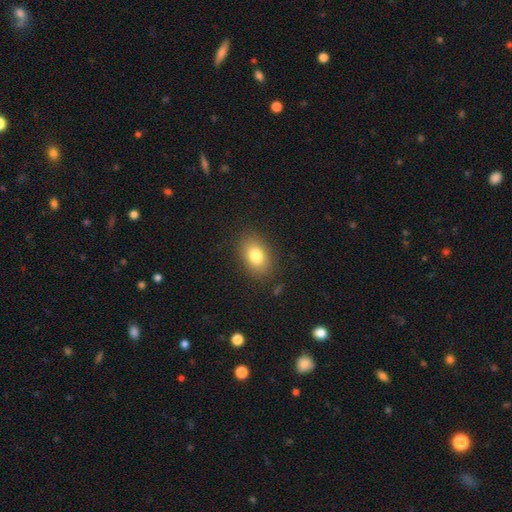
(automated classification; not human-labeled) smooth-or-featured: smooth: 80% | featured or disk: 11% | star or artifact: 10%
  how-rounded: in between: 80% | round: 18% | cigar-shaped: 1%
  merging: none: 85% | minor disturbance: 10% | major disturbance: 3% | merger: 1%